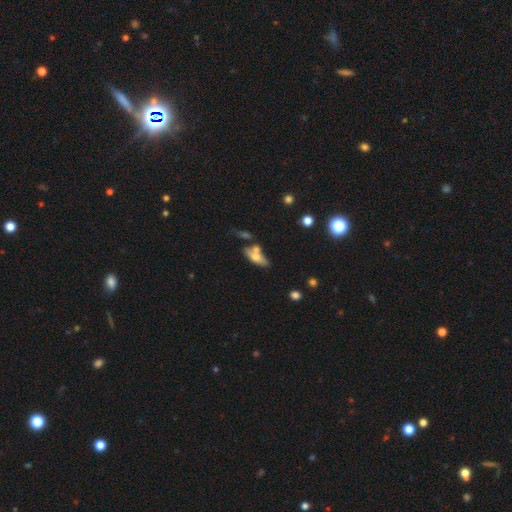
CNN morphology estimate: Q: Smooth or featured?
A: smooth (58%); runner-up: featured or disk (34%)
Q: How rounded?
A: in between (67%); runner-up: cigar-shaped (30%)
Q: Merging?
A: none (44%); runner-up: merger (32%)